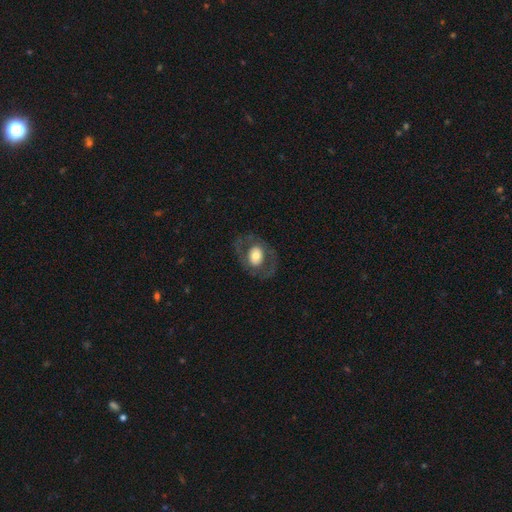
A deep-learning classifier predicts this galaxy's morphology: Smooth or featured? Predicted: smooth (p=0.49). Merging? Predicted: none (p=0.74).